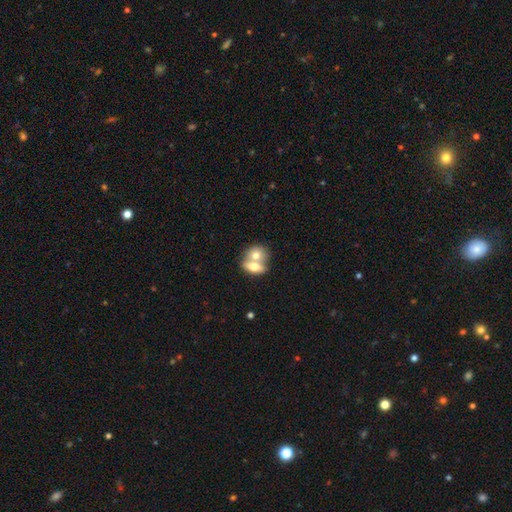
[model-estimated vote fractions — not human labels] Smooth or featured?
  - smooth: 70% *
  - featured or disk: 24%
  - star or artifact: 6%
How rounded?
  - in between: 54% *
  - round: 44%
  - cigar-shaped: 2%
Merging?
  - merger: 71% *
  - none: 21%
  - minor disturbance: 5%
  - major disturbance: 3%